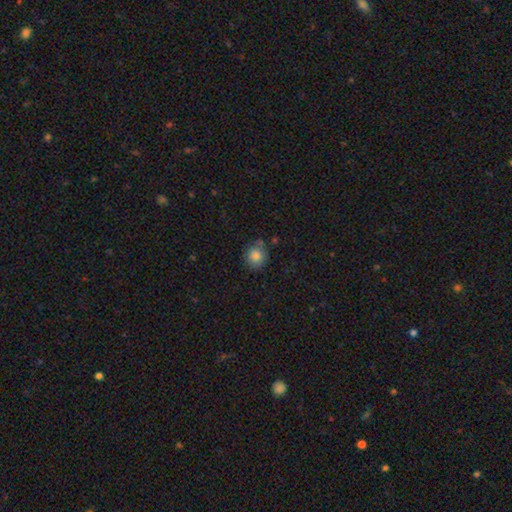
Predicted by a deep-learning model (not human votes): Smooth or featured?
  - smooth: 84% *
  - star or artifact: 9%
  - featured or disk: 6%
How rounded?
  - round: 85% *
  - in between: 15%
  - cigar-shaped: 1%
Merging?
  - none: 73% *
  - minor disturbance: 16%
  - merger: 7%
  - major disturbance: 4%